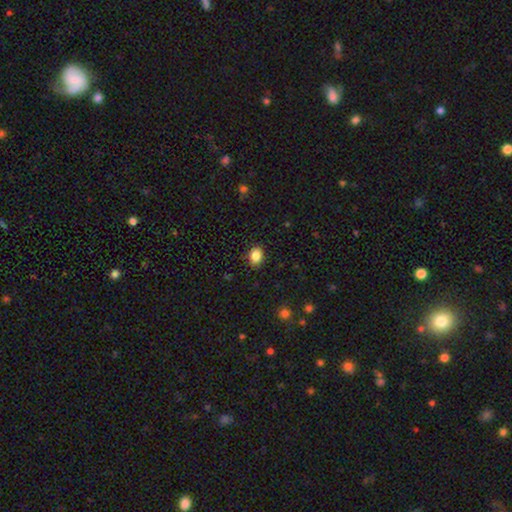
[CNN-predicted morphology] smooth 86%, star or artifact 10%, featured or disk 5%. Down the decision tree: how rounded — in between (56%); merging — none (87%).